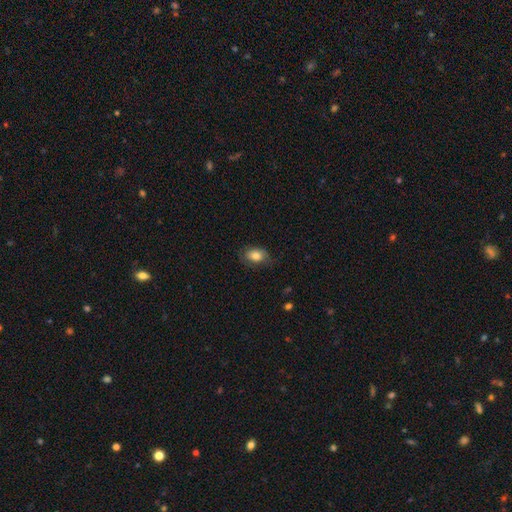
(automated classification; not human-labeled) smooth 77%, featured or disk 15%, star or artifact 8%. Down the decision tree: how rounded — in between (81%); merging — none (70%).